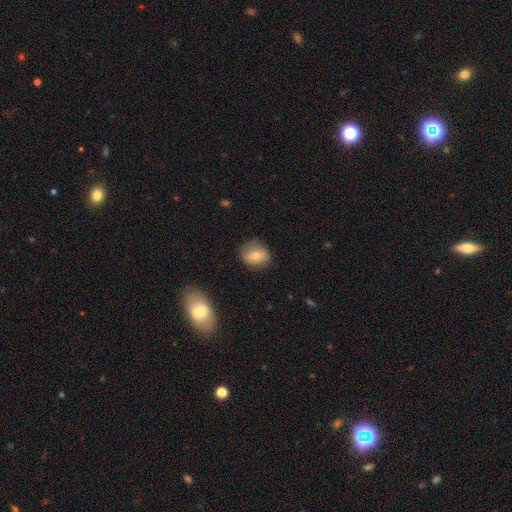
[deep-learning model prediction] A smooth galaxy with no disk features (70%) that is round (62%).

Vote fractions:
- Smooth or featured? smooth: 70% / featured or disk: 21% / star or artifact: 9%
- How rounded? round: 62% / in between: 37% / cigar-shaped: 1%
- Merging? none: 77% / minor disturbance: 17% / major disturbance: 4% / merger: 2%